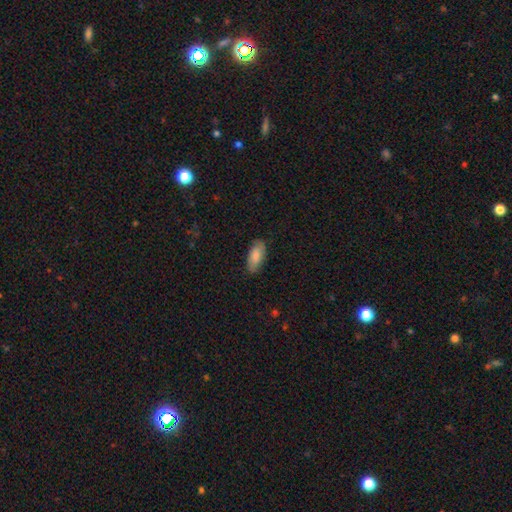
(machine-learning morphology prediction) Overall: smooth (80%). How rounded: in between (88%). Merging: none (81%).